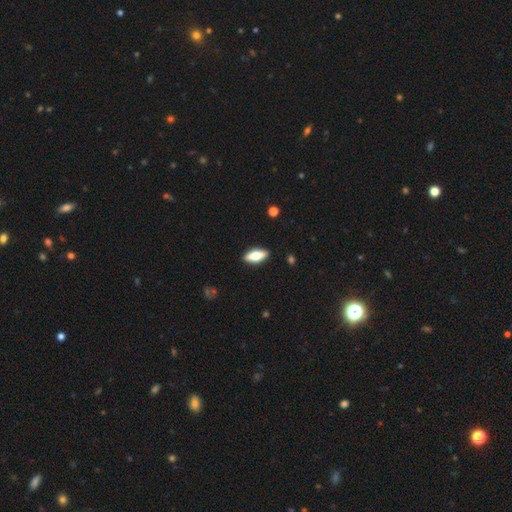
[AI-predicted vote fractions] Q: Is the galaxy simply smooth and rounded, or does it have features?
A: smooth — 66%.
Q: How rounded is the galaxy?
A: in between — 75%.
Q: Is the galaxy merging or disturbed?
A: none — 89%.